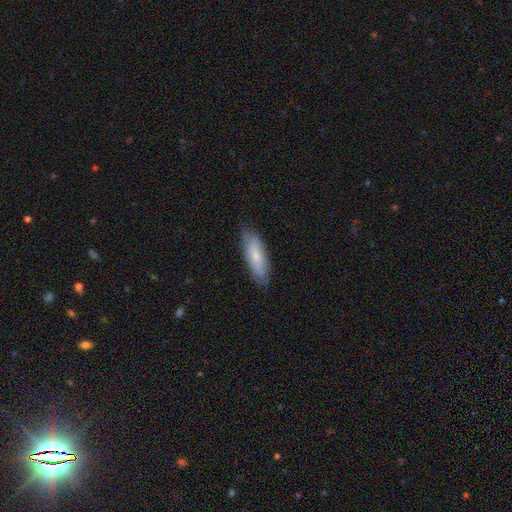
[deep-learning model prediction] smooth-or-featured: smooth: 67% | featured or disk: 27% | star or artifact: 6%
  how-rounded: in between: 59% | cigar-shaped: 39% | round: 2%
  merging: none: 80% | minor disturbance: 16% | major disturbance: 3% | merger: 1%